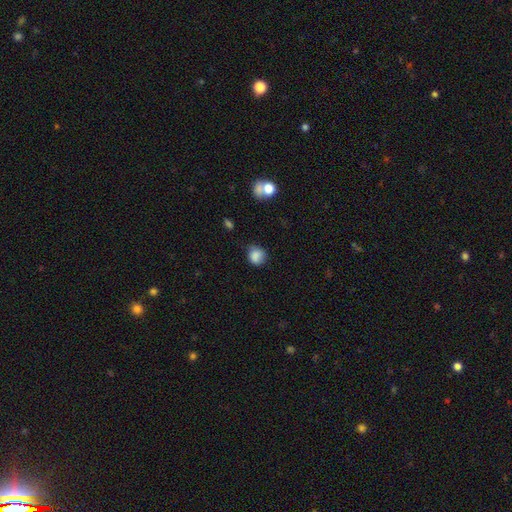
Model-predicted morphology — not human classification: type=smooth (82%); roundness=round (71%); merging=none (57%).